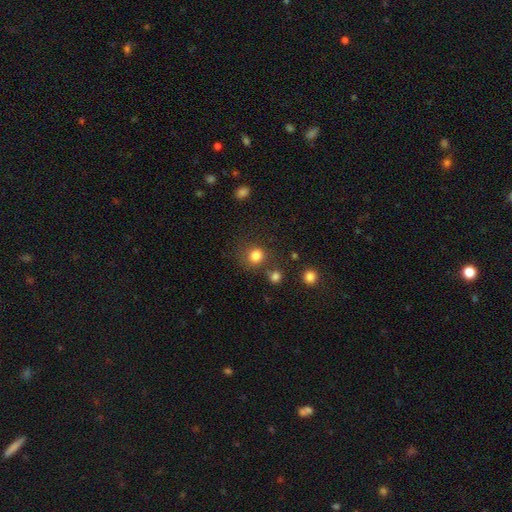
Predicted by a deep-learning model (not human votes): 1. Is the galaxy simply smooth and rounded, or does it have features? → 82% smooth, 13% star or artifact, 5% featured or disk.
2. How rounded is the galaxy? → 87% round, 12% in between, 1% cigar-shaped.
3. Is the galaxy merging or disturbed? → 74% none, 12% minor disturbance, 9% merger, 6% major disturbance.